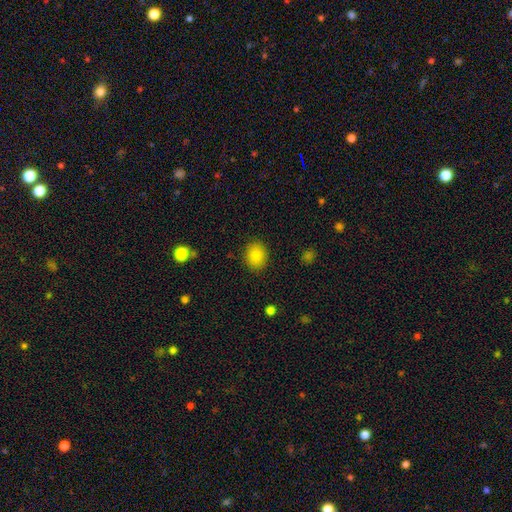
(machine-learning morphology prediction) Smooth or featured: smooth — 86% (star or artifact — 9%)
How rounded: round — 54% (in between — 45%)
Merging: none — 88% (minor disturbance — 8%)